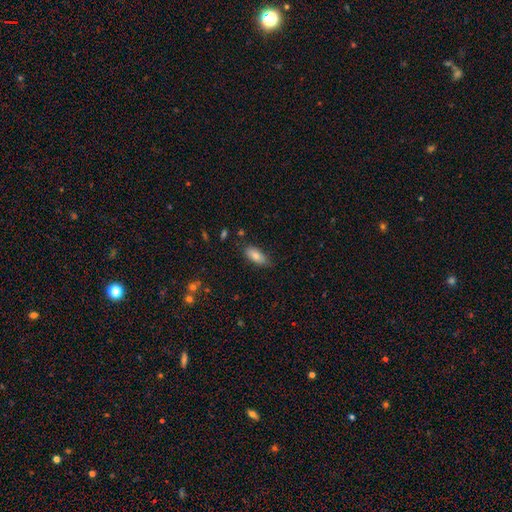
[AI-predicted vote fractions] smooth-or-featured: smooth: 80% | featured or disk: 12% | star or artifact: 7%
  how-rounded: in between: 83% | cigar-shaped: 14% | round: 2%
  merging: none: 77% | minor disturbance: 19% | major disturbance: 3% | merger: 2%